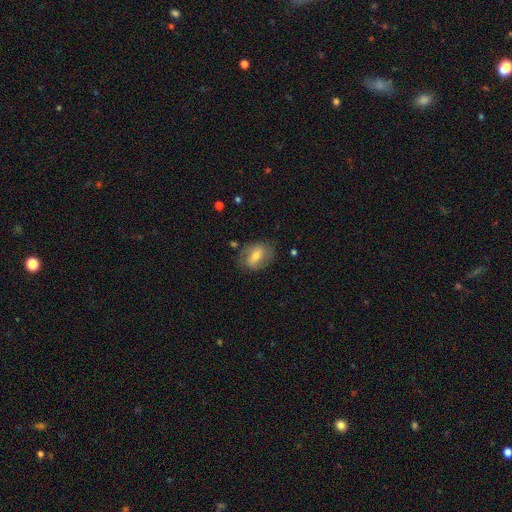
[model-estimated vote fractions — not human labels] Smooth or featured? Predicted: featured or disk (p=0.51). Edge-on disk? Predicted: no (p=0.94). Merging? Predicted: none (p=0.73).